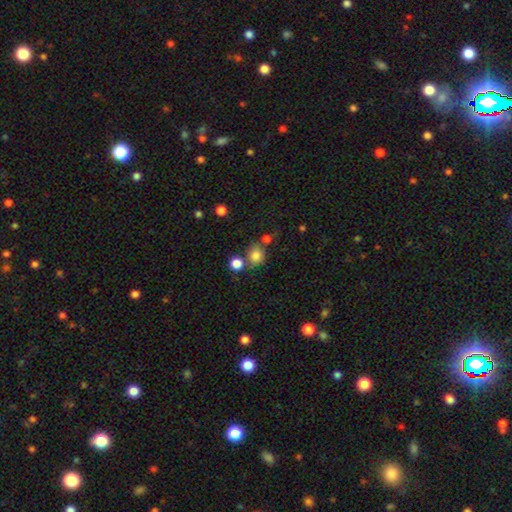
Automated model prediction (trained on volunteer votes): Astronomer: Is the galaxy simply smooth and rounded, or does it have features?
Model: smooth — 81%.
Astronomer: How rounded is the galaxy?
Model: round — 80%.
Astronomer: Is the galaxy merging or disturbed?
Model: none — 65%.